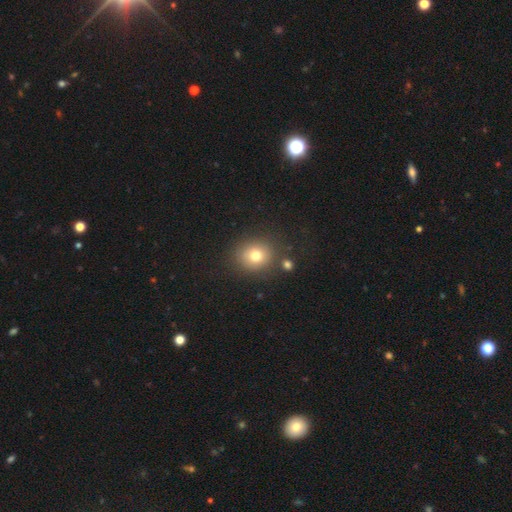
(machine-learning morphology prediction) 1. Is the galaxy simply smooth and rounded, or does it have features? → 76% smooth, 13% star or artifact, 11% featured or disk.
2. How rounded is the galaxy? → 82% round, 17% in between, 1% cigar-shaped.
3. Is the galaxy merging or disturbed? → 82% none, 9% minor disturbance, 5% merger, 4% major disturbance.